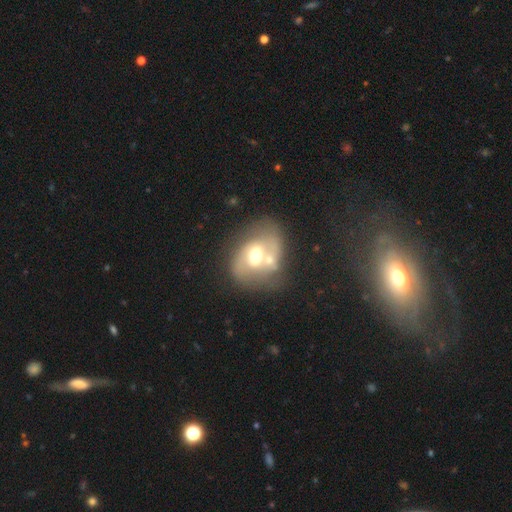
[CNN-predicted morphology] type=featured or disk (63%); edge-on=no (96%); bar=no (50%); spiral arms=yes (68%); bulge=moderate (69%); merging=none (39%).